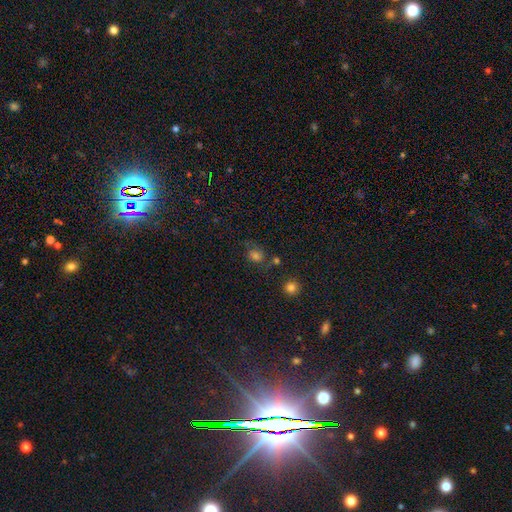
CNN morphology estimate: Smooth or featured? smooth (58%)
How rounded? round (59%)
Merging? none (57%)